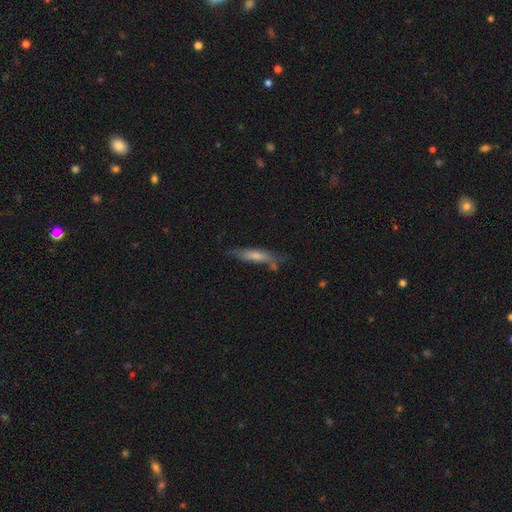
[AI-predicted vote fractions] This appears to be a smooth galaxy with no disk features (61%) that is cigar-shaped (74%). Merging: none (53%).